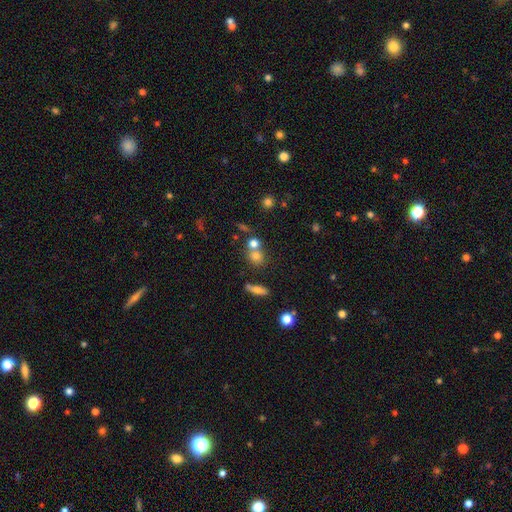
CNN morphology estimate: type=smooth (73%); roundness=round (78%); merging=none (46%).